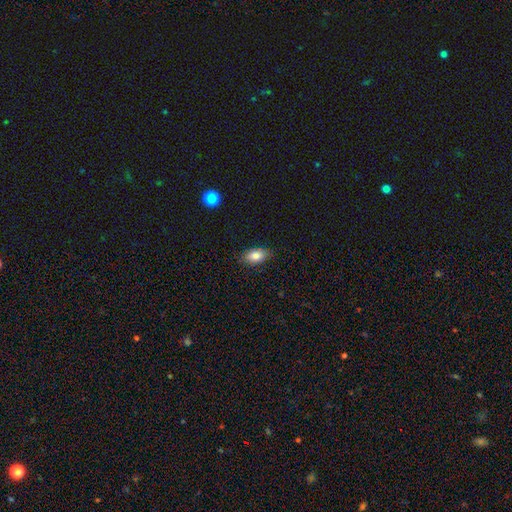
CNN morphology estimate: smooth-or-featured: smooth: 82% | featured or disk: 10% | star or artifact: 8%
  how-rounded: in between: 91% | round: 6% | cigar-shaped: 3%
  merging: none: 85% | minor disturbance: 12% | major disturbance: 2% | merger: 1%